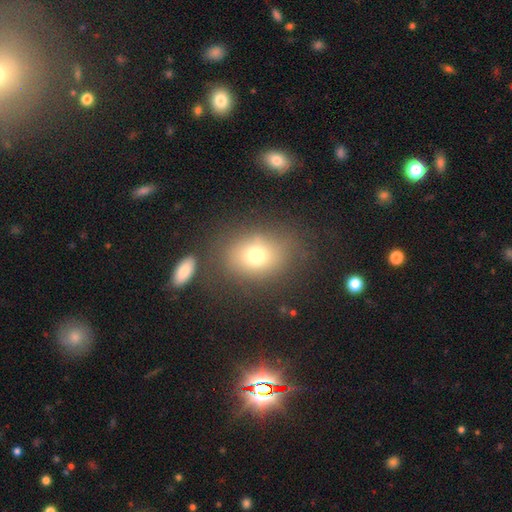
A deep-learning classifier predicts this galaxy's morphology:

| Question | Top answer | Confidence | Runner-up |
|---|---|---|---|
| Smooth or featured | smooth | 73% | featured or disk (14%) |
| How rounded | in between | 53% | round (46%) |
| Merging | none | 74% | minor disturbance (13%) |